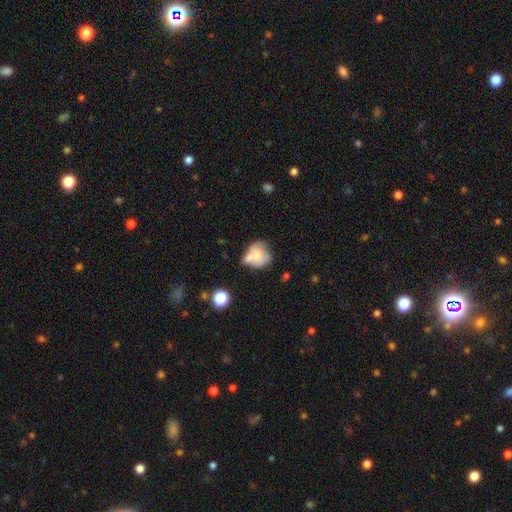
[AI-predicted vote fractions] smooth 60%, featured or disk 30%, star or artifact 9%. Down the decision tree: how rounded — round (63%); merging — merger (37%).